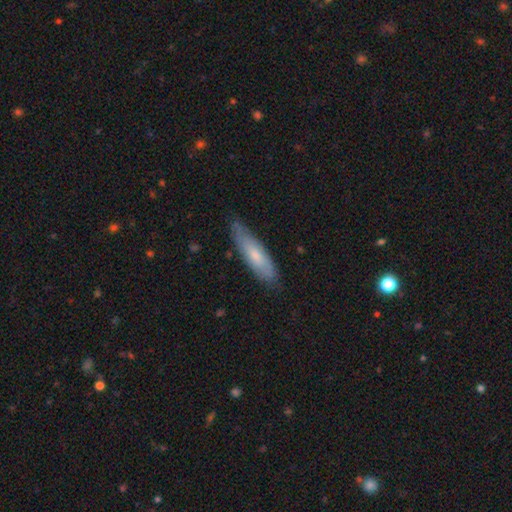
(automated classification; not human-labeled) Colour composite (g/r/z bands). It shows a smooth galaxy with no disk features (63%) that is cigar-shaped (66%). Merging: none (73%).